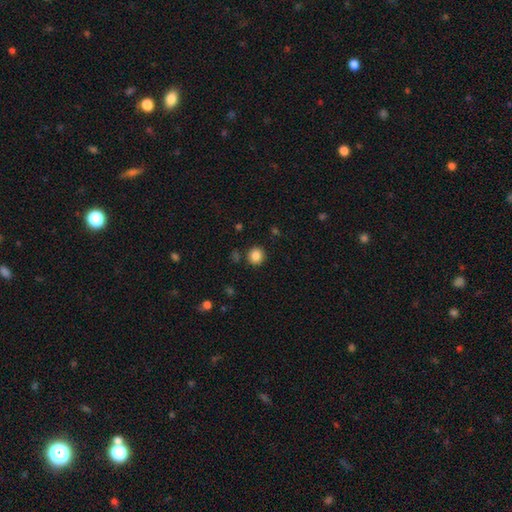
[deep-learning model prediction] A smooth galaxy with no disk features (85%) that is round (92%). Merging: none (89%).